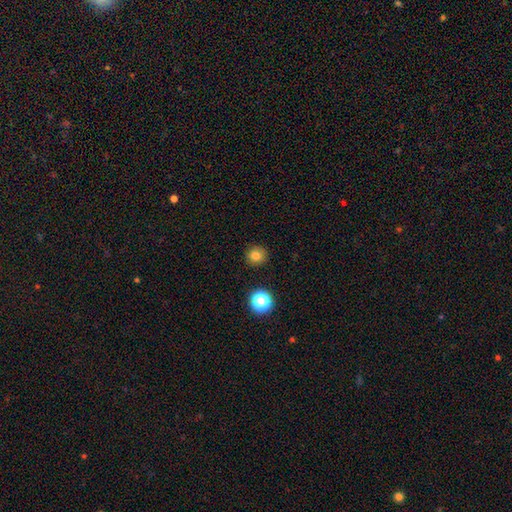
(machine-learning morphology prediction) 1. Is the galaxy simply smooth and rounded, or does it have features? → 79% smooth, 14% star or artifact, 6% featured or disk.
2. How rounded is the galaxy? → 93% round, 7% in between, 1% cigar-shaped.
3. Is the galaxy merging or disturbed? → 90% none, 6% minor disturbance, 2% major disturbance, 2% merger.